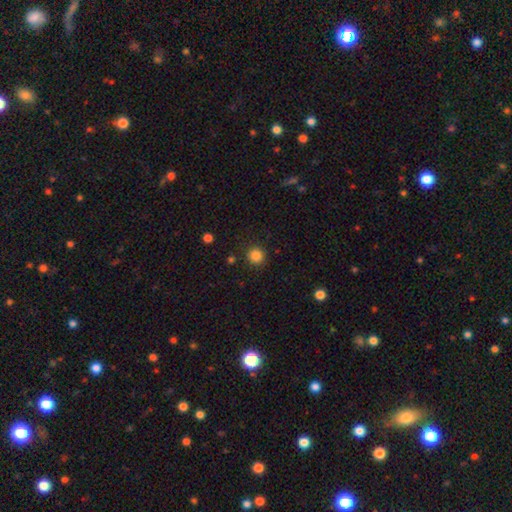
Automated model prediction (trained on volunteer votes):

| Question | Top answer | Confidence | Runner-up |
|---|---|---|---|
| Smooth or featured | smooth | 85% | star or artifact (12%) |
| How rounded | round | 93% | in between (6%) |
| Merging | none | 90% | minor disturbance (6%) |